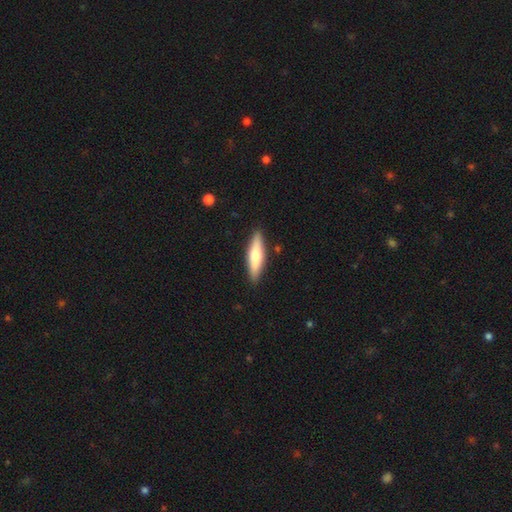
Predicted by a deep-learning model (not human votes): Q: Smooth or featured?
A: smooth (64%); runner-up: featured or disk (31%)
Q: How rounded?
A: cigar-shaped (69%); runner-up: in between (29%)
Q: Merging?
A: none (89%); runner-up: minor disturbance (8%)